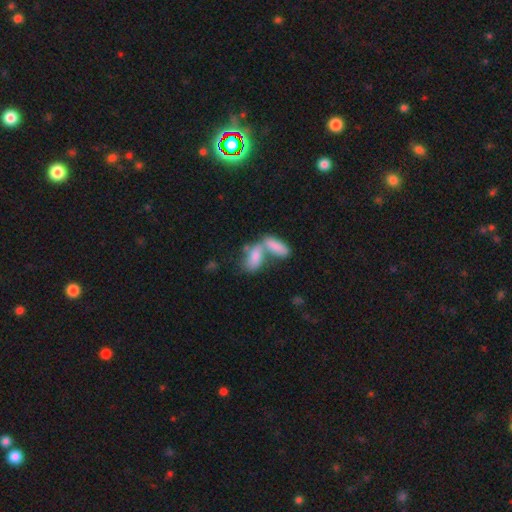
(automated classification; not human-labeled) Overall: smooth (76%). How rounded: in between (83%). Merging: merger (67%).